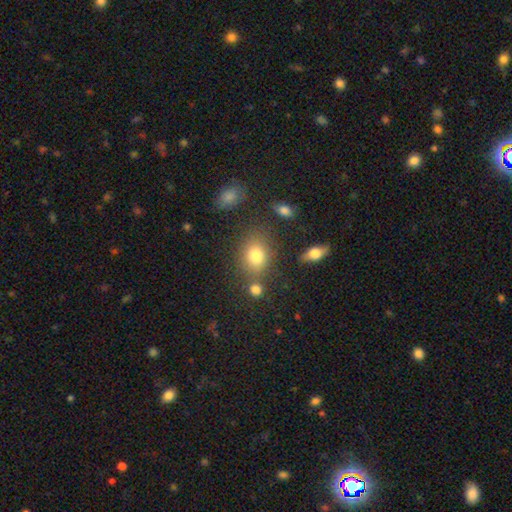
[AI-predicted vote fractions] Smooth or featured?
  - smooth: 78% *
  - star or artifact: 12%
  - featured or disk: 10%
How rounded?
  - in between: 62% *
  - round: 36%
  - cigar-shaped: 2%
Merging?
  - none: 70% *
  - minor disturbance: 14%
  - merger: 11%
  - major disturbance: 5%